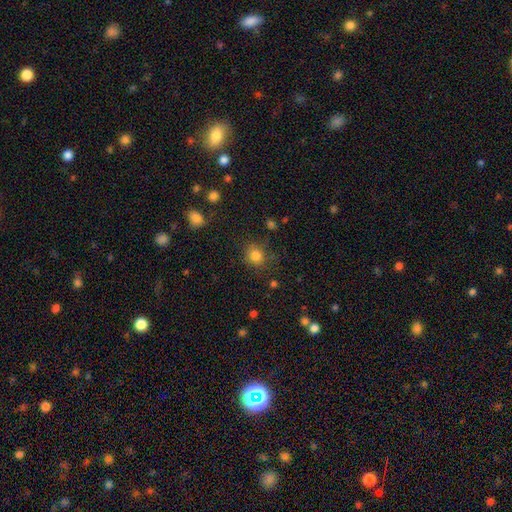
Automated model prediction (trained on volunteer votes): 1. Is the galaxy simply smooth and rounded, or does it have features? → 82% smooth, 13% star or artifact, 5% featured or disk.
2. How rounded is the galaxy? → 81% round, 18% in between, 1% cigar-shaped.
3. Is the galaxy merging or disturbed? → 80% none, 13% minor disturbance, 5% major disturbance, 2% merger.